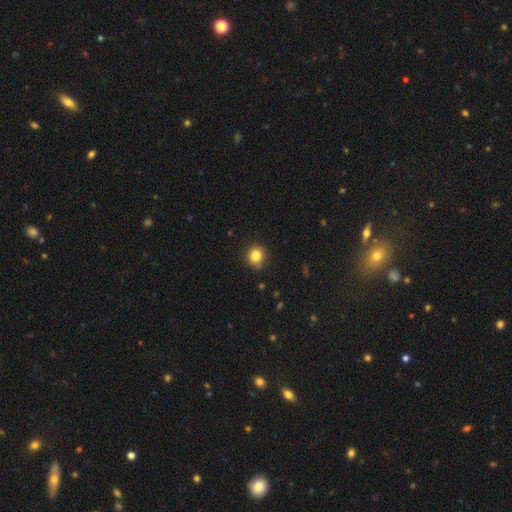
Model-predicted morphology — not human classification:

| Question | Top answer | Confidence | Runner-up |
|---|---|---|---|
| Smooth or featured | smooth | 83% | star or artifact (11%) |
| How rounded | round | 86% | in between (13%) |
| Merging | none | 84% | minor disturbance (12%) |